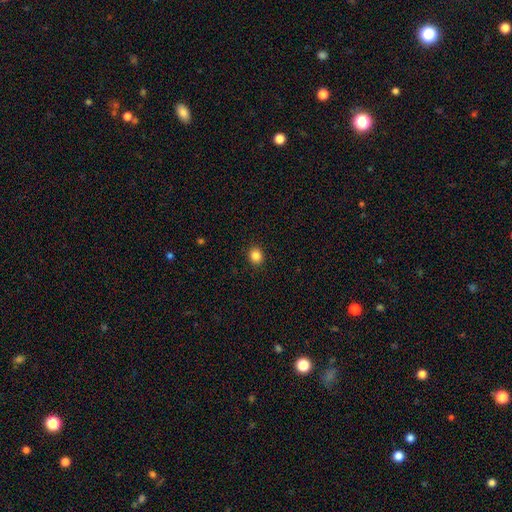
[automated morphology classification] smooth 85%, star or artifact 11%, featured or disk 5%. Down the decision tree: how rounded — round (70%); merging — none (91%).